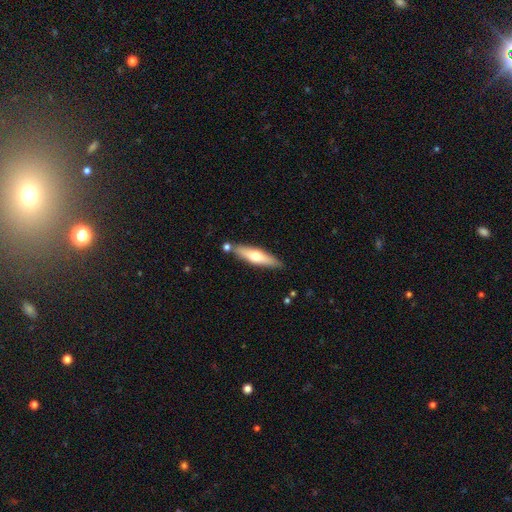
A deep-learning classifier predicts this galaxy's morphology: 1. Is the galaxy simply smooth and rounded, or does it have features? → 51% smooth, 43% featured or disk, 5% star or artifact.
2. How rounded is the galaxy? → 75% cigar-shaped, 23% in between, 2% round.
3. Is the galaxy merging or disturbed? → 80% none, 11% minor disturbance, 7% merger, 2% major disturbance.